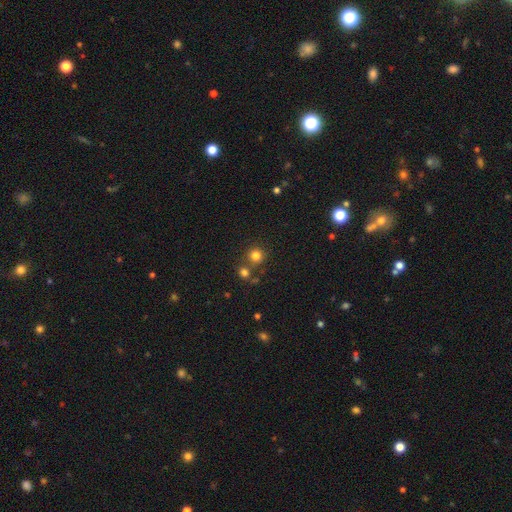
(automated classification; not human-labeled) Smooth or featured?
  - smooth: 79% *
  - star or artifact: 15%
  - featured or disk: 6%
How rounded?
  - round: 91% *
  - in between: 8%
  - cigar-shaped: 1%
Merging?
  - none: 70% *
  - merger: 19%
  - minor disturbance: 8%
  - major disturbance: 3%